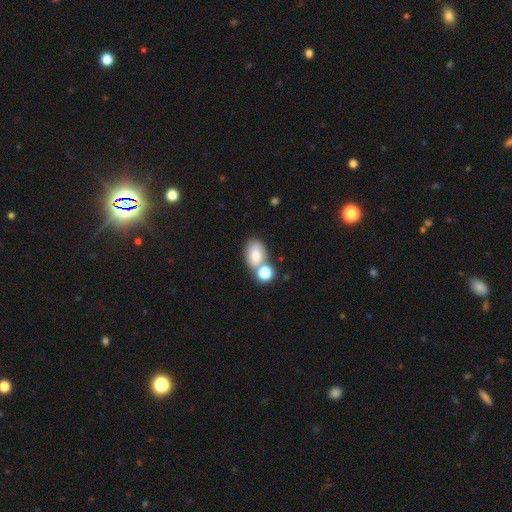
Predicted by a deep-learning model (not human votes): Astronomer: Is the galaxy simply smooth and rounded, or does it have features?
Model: smooth — 79%.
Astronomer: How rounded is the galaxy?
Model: in between — 83%.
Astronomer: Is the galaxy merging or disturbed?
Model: none — 46% (runner-up: merger, 36%).